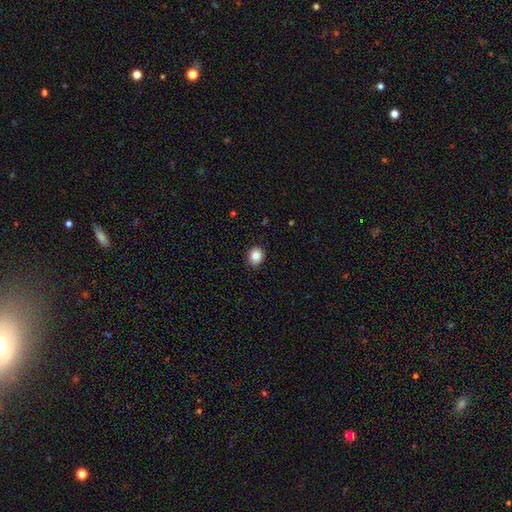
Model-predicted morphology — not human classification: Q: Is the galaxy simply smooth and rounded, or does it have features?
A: smooth — 86%.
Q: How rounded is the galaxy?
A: round — 63%.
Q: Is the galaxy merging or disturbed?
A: none — 89%.